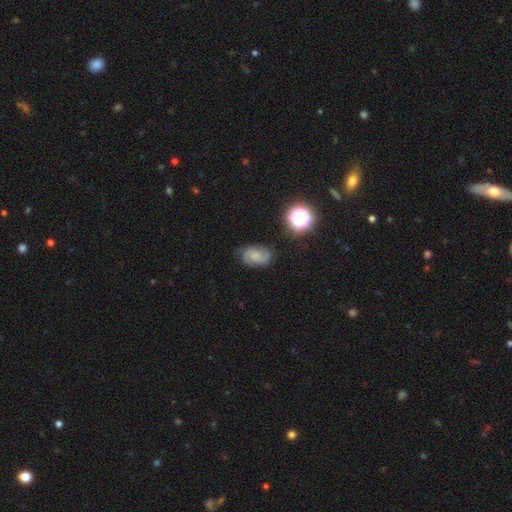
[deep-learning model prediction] Overall: featured or disk (67%). Edge-on disk: no (97%). Bar: no (61%; weak 33%). Spiral arms: yes (94%). Spiral arm count: 2 (63%). Spiral winding: medium (46%; tight 38%). Bulge size: none (40%; small 32%). Merging: none (71%).